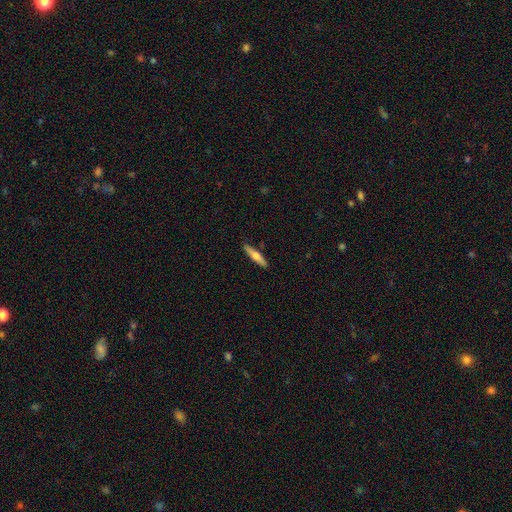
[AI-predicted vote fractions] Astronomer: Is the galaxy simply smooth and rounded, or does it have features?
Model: smooth — 59% (runner-up: featured or disk, 35%).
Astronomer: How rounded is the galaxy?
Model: cigar-shaped — 86%.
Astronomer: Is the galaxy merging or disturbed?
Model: none — 89%.